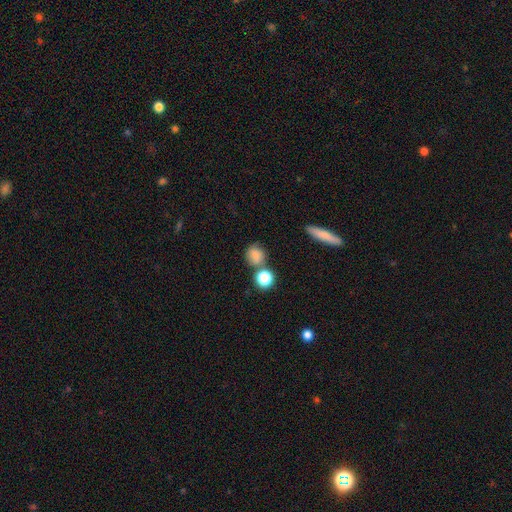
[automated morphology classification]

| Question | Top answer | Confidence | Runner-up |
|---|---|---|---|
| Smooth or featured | smooth | 77% | star or artifact (13%) |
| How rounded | round | 72% | in between (26%) |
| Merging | none | 57% | merger (22%) |